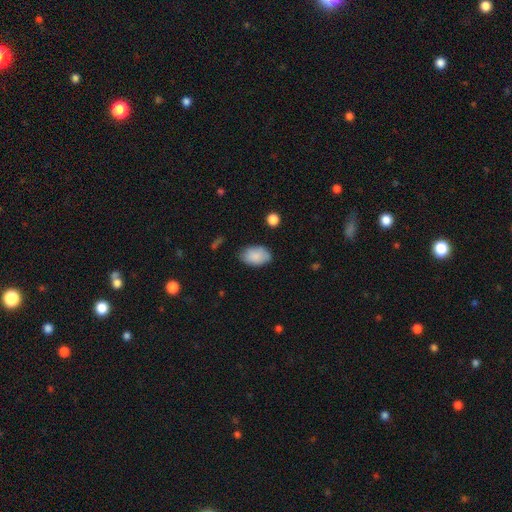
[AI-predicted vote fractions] Smooth or featured: smooth — 87% (featured or disk — 7%)
How rounded: in between — 92% (round — 7%)
Merging: none — 79% (minor disturbance — 16%)